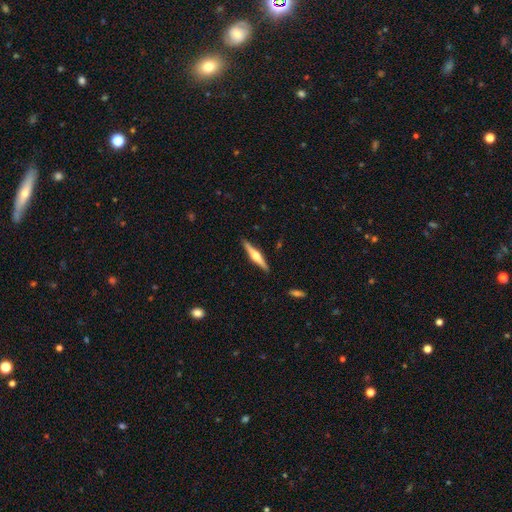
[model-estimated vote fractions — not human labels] smooth-or-featured: featured or disk: 70% | smooth: 25% | star or artifact: 5%
  disk-edge-on: yes: 98% | no: 2%
    edge-on-bulge: rounded: 91% | boxy: 6% | none: 3%
  merging: none: 91% | minor disturbance: 7% | major disturbance: 1% | merger: 1%